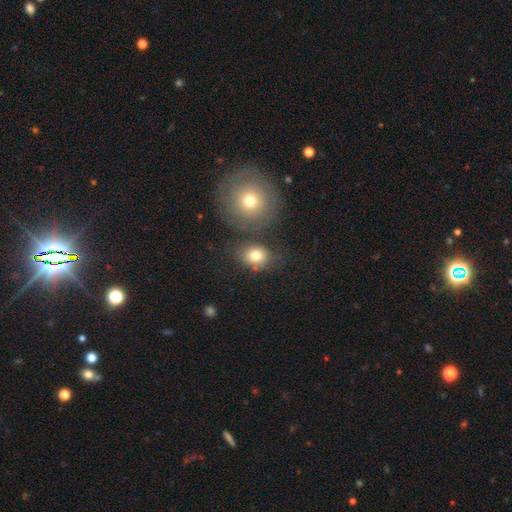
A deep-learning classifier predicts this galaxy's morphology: A smooth galaxy with no disk features (77%) that is round (54%).

Vote fractions:
- Smooth or featured? smooth: 77% / star or artifact: 11% / featured or disk: 11%
- How rounded? round: 54% / in between: 45% / cigar-shaped: 1%
- Merging? none: 67% / merger: 15% / minor disturbance: 13% / major disturbance: 5%